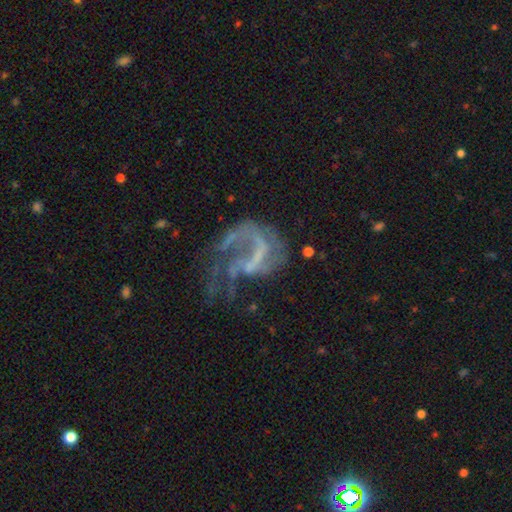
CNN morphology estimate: Smooth or featured? Predicted: featured or disk (p=0.79). Edge-on disk? Predicted: no (p=0.98). Bar? Predicted: no (p=0.44). Spiral arms? Predicted: yes (p=0.75). Spiral winding? Predicted: loose (p=0.61). Spiral arm count? Predicted: 1 (p=0.43). Bulge size? Predicted: none (p=0.62). Merging? Predicted: major disturbance (p=0.50).